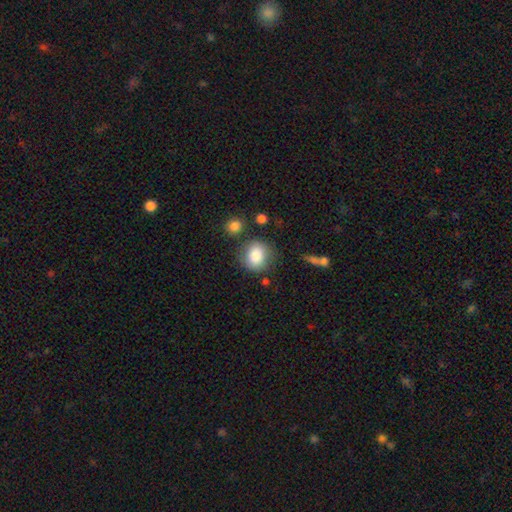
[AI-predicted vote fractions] Overall: smooth (82%). How rounded: round (80%). Merging: none (77%).